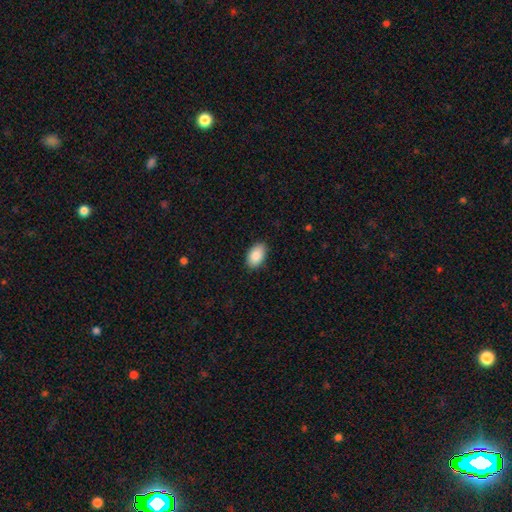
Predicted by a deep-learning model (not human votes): A smooth galaxy with no disk features (88%) that is in between round and cigar-shaped (93%).

Vote fractions:
- Smooth or featured? smooth: 88% / star or artifact: 7% / featured or disk: 6%
- How rounded? in between: 93% / round: 6% / cigar-shaped: 1%
- Merging? none: 88% / minor disturbance: 10% / major disturbance: 2% / merger: 1%